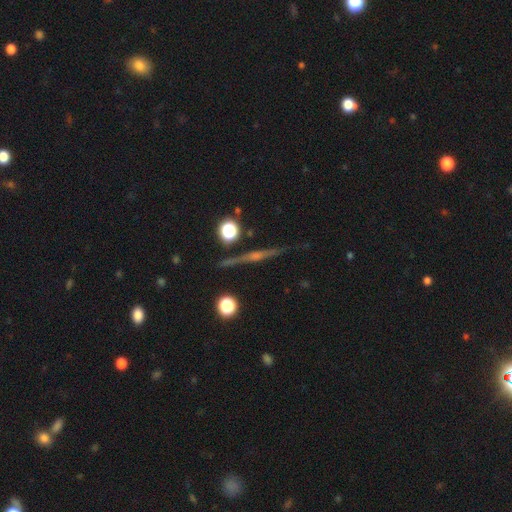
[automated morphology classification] This is likely a featured or disk galaxy (76%). It is clearly viewed edge-on (97%). Edge-on bulge: likely rounded (74%). Merging: clearly none (89%).